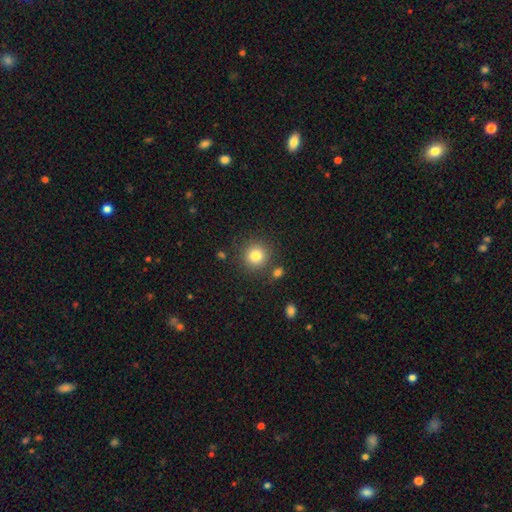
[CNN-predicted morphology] smooth_or_featured: smooth (p=0.83) [alt: star or artifact p=0.11]
how_rounded: round (p=0.93) [alt: in between p=0.06]
merging: none (p=0.84) [alt: minor disturbance p=0.08]